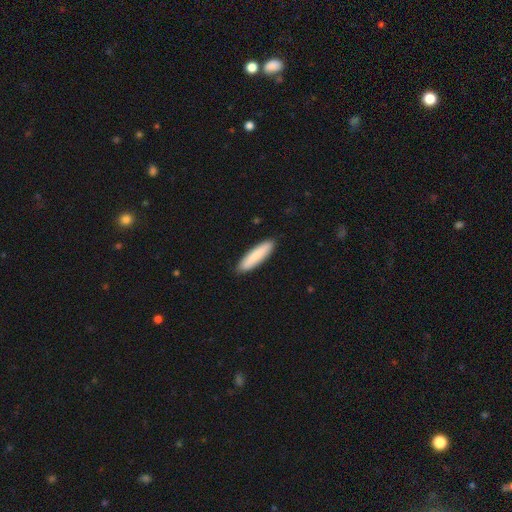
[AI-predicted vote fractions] This is clearly a smooth galaxy (84%). How rounded: likely cigar-shaped (76%). Merging: clearly none (90%).